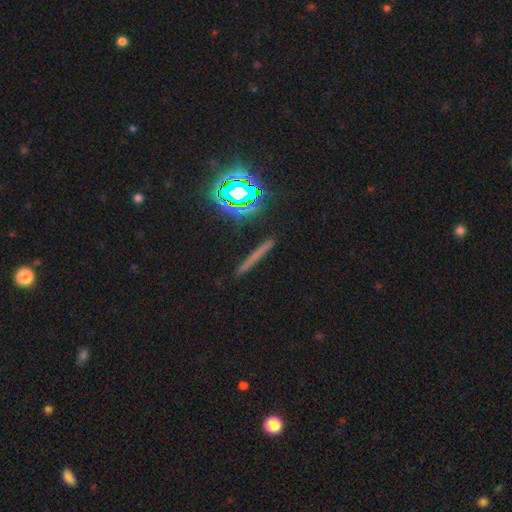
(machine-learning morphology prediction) Smooth or featured: smooth — 45% (featured or disk — 29%)
Merging: none — 89% (minor disturbance — 8%)